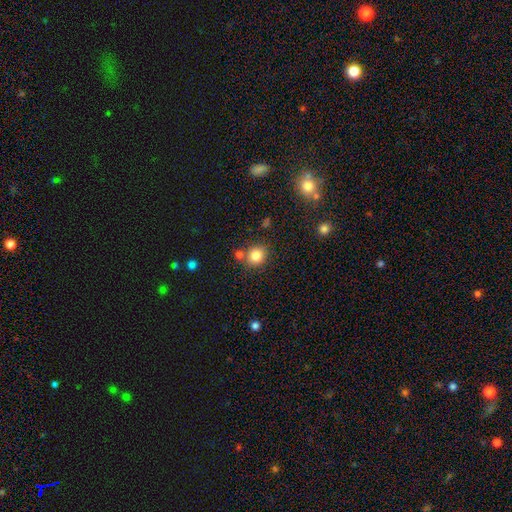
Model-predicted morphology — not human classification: A smooth galaxy with no disk features (82%) that is round (84%). Merging: none (75%).